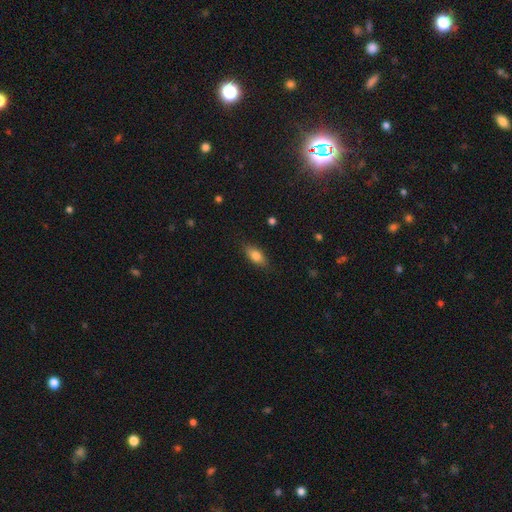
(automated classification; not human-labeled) smooth_or_featured: smooth (p=0.80) [alt: featured or disk p=0.13]
how_rounded: in between (p=0.84) [alt: cigar-shaped p=0.12]
merging: none (p=0.84) [alt: minor disturbance p=0.12]